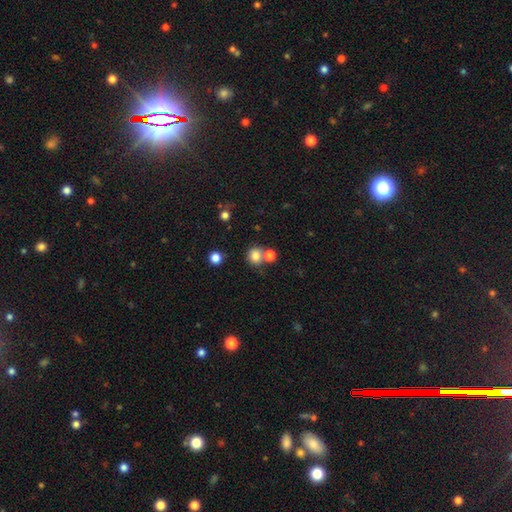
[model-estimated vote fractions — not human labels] Morphology: type=smooth (80%); roundness=round (85%); merging=none (61%).